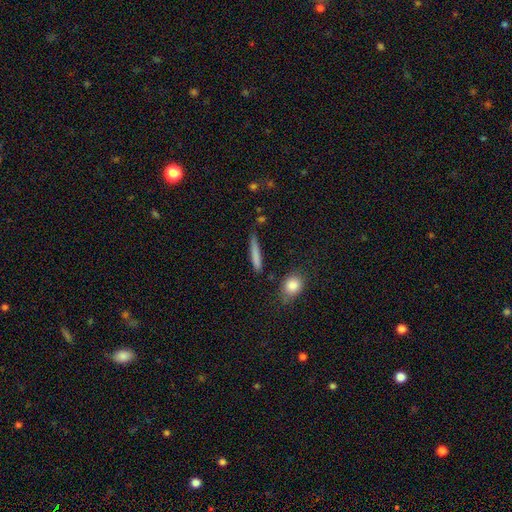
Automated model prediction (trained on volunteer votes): This is likely a smooth galaxy (76%). How rounded: clearly cigar-shaped (91%). Merging: likely none (76%).